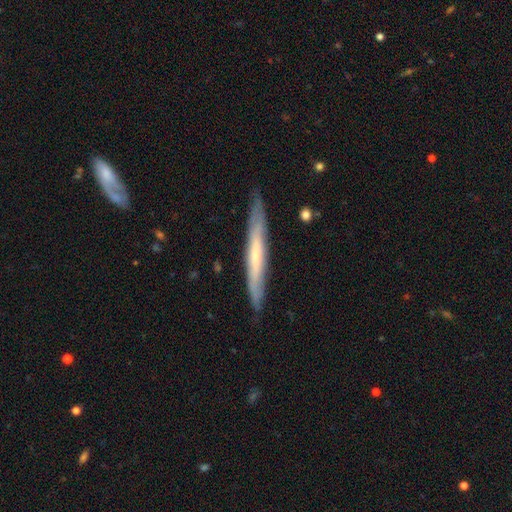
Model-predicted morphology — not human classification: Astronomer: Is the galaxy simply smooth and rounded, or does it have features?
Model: featured or disk — 55% (runner-up: smooth, 40%).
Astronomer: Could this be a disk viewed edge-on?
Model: yes — 89%.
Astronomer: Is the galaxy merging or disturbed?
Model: none — 87%.